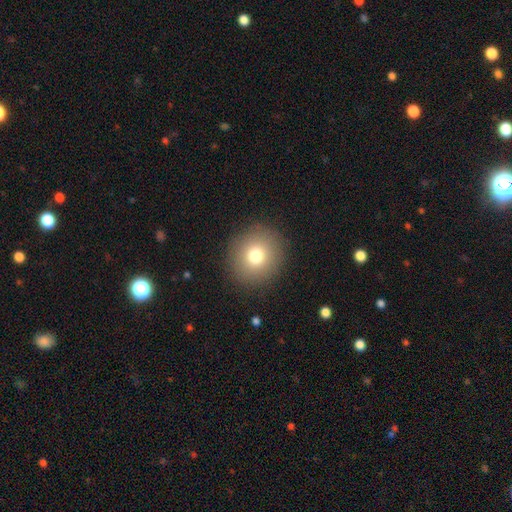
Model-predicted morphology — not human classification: Q: Smooth or featured?
A: smooth (76%); runner-up: star or artifact (12%)
Q: How rounded?
A: round (89%); runner-up: in between (10%)
Q: Merging?
A: none (90%); runner-up: minor disturbance (6%)